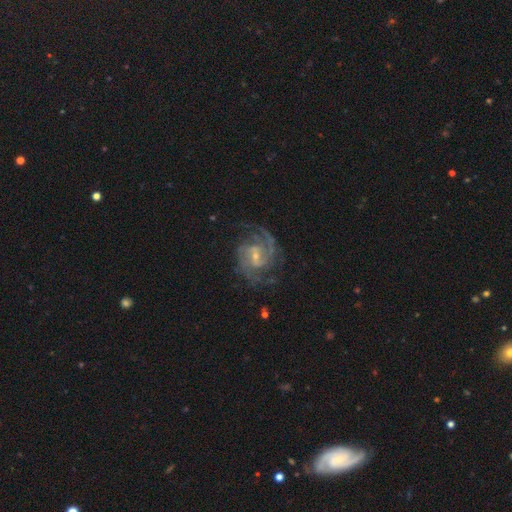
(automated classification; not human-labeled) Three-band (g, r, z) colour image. It shows a featured or disk galaxy (91%) with a weak bar (55%), 2 (59%) medium (53%) spiral arms (98%) and a small central bulge (65%). Merging: none (72%).